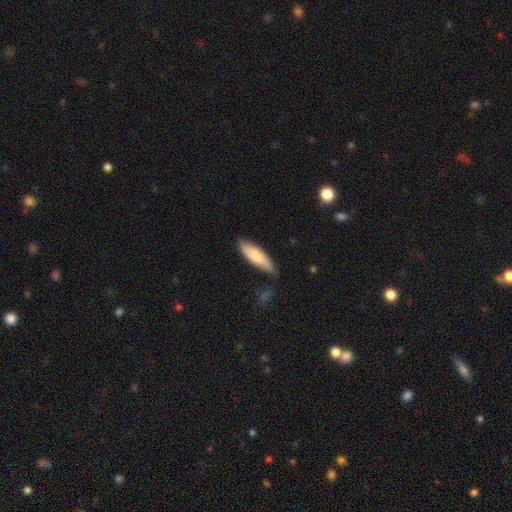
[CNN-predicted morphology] This appears to be a smooth galaxy with no disk features (78%) that is in between round and cigar-shaped (51%). Merging: none (73%).